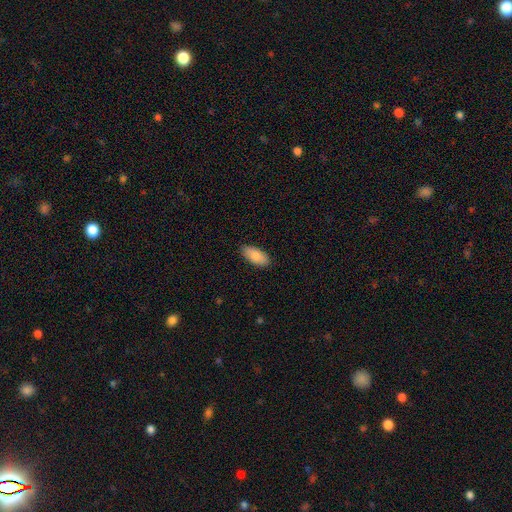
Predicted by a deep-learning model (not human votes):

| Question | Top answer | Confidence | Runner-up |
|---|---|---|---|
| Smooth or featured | smooth | 86% | featured or disk (8%) |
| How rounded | in between | 91% | cigar-shaped (8%) |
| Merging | none | 88% | minor disturbance (10%) |